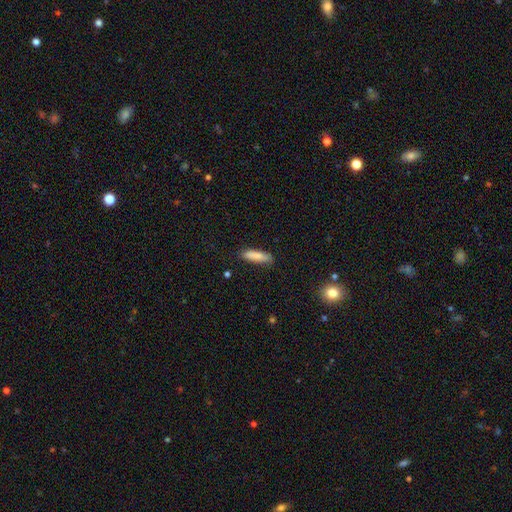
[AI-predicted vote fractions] Overall: smooth (85%). How rounded: cigar-shaped (67%; in between 31%). Merging: none (83%).